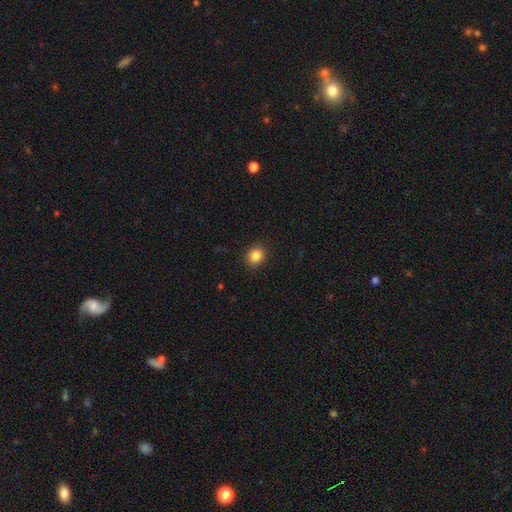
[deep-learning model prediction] This appears to be a smooth galaxy with no disk features (84%) that is round (67%). Merging: none (90%).